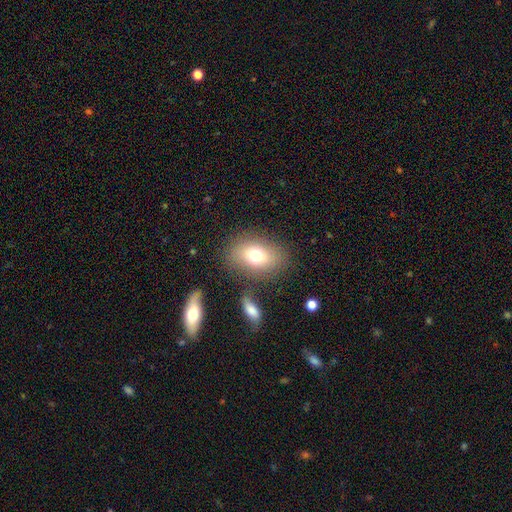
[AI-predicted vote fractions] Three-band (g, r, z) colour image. It shows a smooth galaxy with no disk features (72%) that is in between round and cigar-shaped (77%). Merging: none (78%).